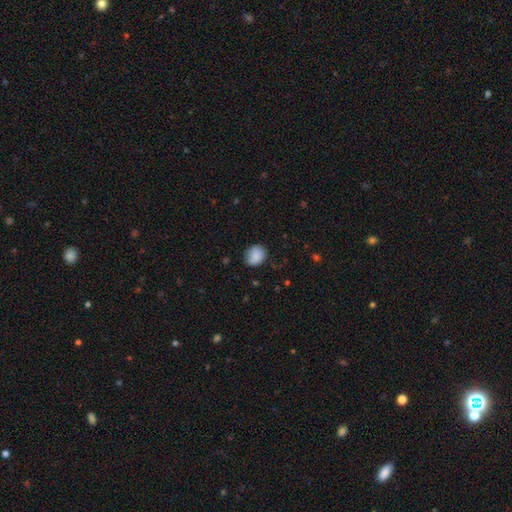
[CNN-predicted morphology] A smooth galaxy with no disk features (87%) that is round (61%).

Vote fractions:
- Smooth or featured? smooth: 87% / star or artifact: 8% / featured or disk: 5%
- How rounded? round: 61% / in between: 38% / cigar-shaped: 1%
- Merging? none: 78% / minor disturbance: 18% / major disturbance: 3% / merger: 1%